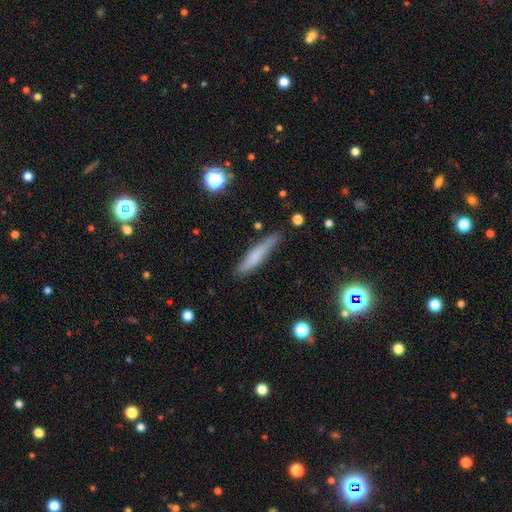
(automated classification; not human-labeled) A smooth galaxy with no disk features (68%) that is cigar-shaped (89%). Merging: none (81%).